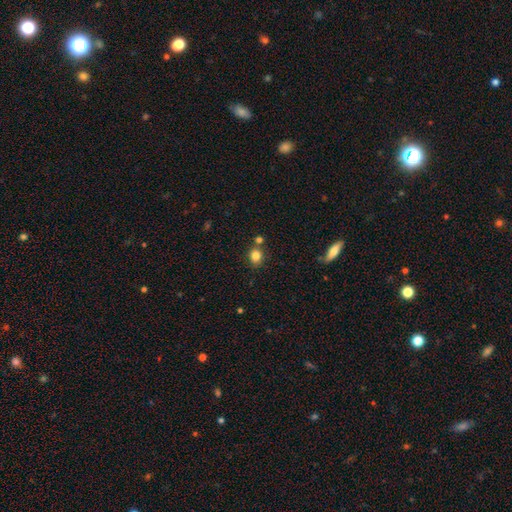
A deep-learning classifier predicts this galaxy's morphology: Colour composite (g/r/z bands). It shows a smooth galaxy with no disk features (83%) that is round (67%). Merging: none (72%).